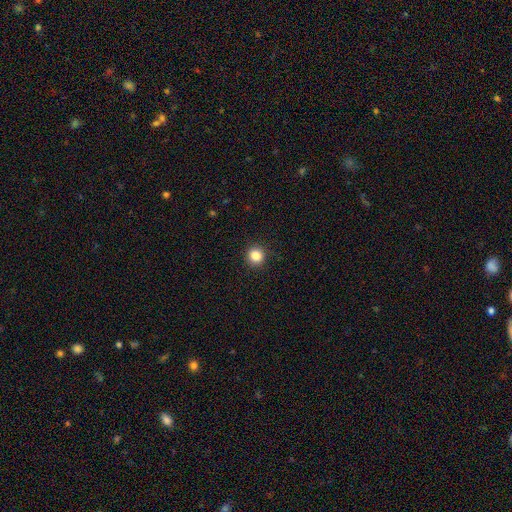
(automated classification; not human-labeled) Q: Smooth or featured?
A: smooth (85%); runner-up: star or artifact (11%)
Q: How rounded?
A: round (93%); runner-up: in between (6%)
Q: Merging?
A: none (92%); runner-up: minor disturbance (5%)